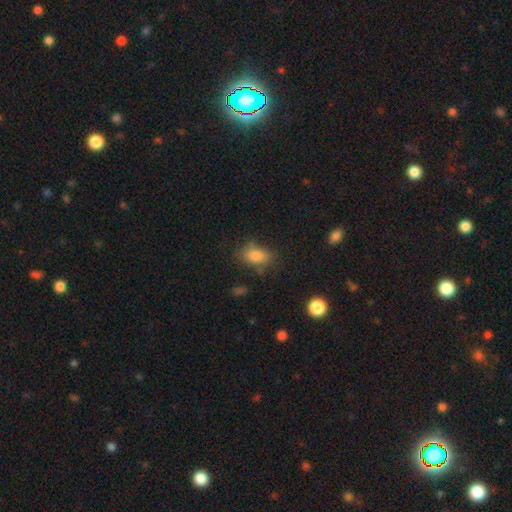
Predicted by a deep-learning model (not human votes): Morphology: type=smooth (82%); roundness=in between (85%); merging=none (70%).